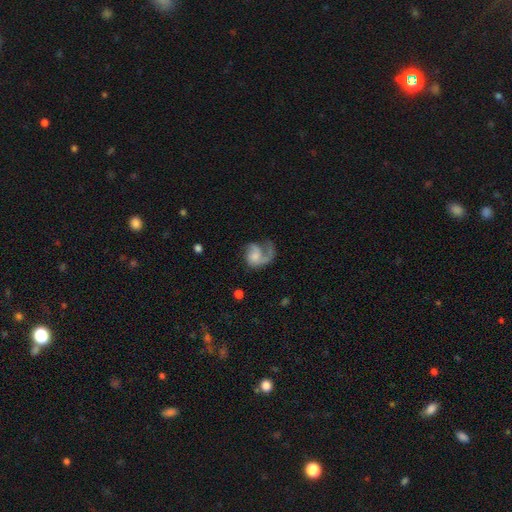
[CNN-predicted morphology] Smooth or featured? Predicted: featured or disk (p=0.66). Edge-on disk? Predicted: no (p=0.98). Bar? Predicted: no (p=0.72). Spiral arms? Predicted: yes (p=0.86). Spiral winding? Predicted: loose (p=0.49). Spiral arm count? Predicted: 1 (p=0.75). Bulge size? Predicted: small (p=0.33). Merging? Predicted: major disturbance (p=0.47).